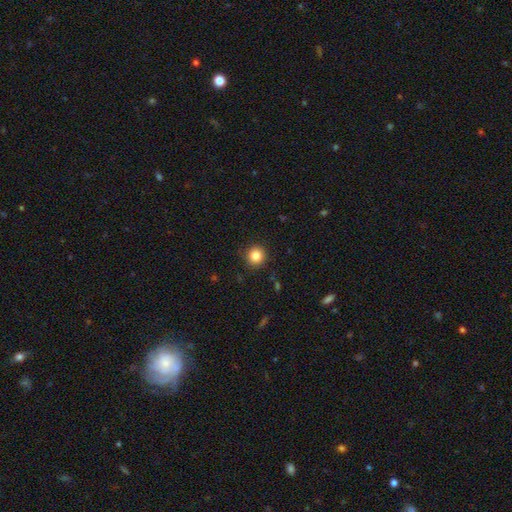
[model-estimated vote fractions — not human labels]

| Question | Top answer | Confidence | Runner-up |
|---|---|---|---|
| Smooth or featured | smooth | 84% | star or artifact (11%) |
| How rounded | round | 93% | in between (6%) |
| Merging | none | 91% | minor disturbance (6%) |